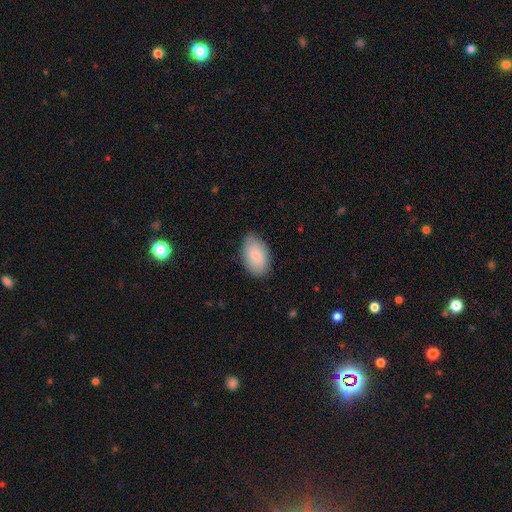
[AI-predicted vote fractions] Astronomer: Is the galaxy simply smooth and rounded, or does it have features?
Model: smooth — 85%.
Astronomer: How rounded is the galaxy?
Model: in between — 94%.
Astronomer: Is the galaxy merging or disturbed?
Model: none — 83%.